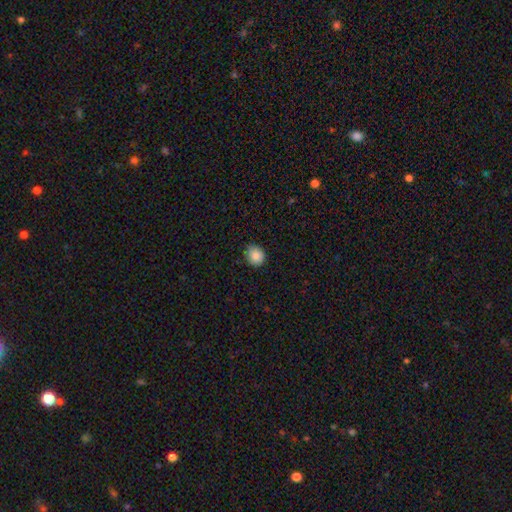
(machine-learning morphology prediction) type=smooth (87%); roundness=round (70%); merging=none (86%).